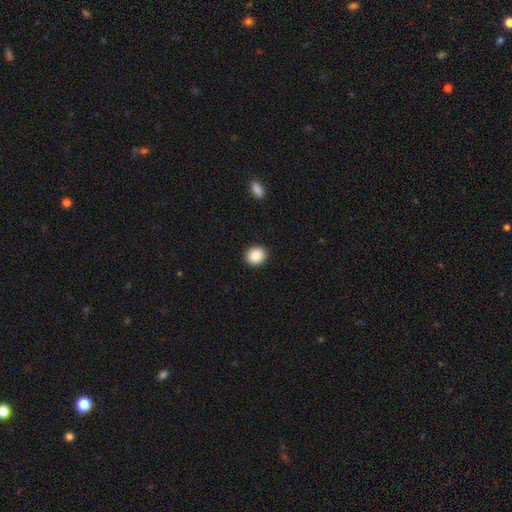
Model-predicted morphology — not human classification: smooth-or-featured: smooth: 88% | star or artifact: 8% | featured or disk: 4%
  how-rounded: round: 81% | in between: 18% | cigar-shaped: 1%
  merging: none: 92% | minor disturbance: 5% | major disturbance: 2% | merger: 1%